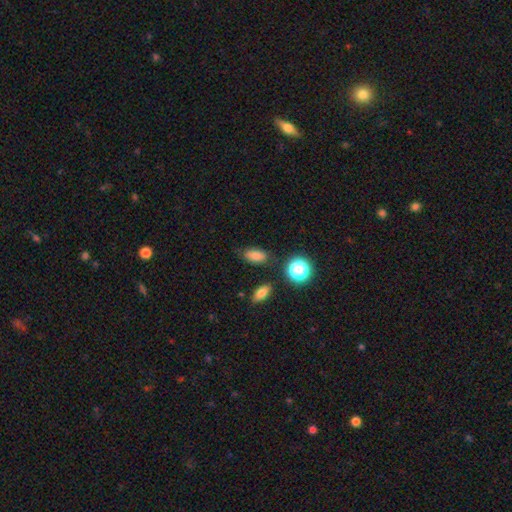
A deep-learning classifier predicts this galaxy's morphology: A smooth galaxy with no disk features (79%) that is in between round and cigar-shaped (85%). Merging: none (76%).